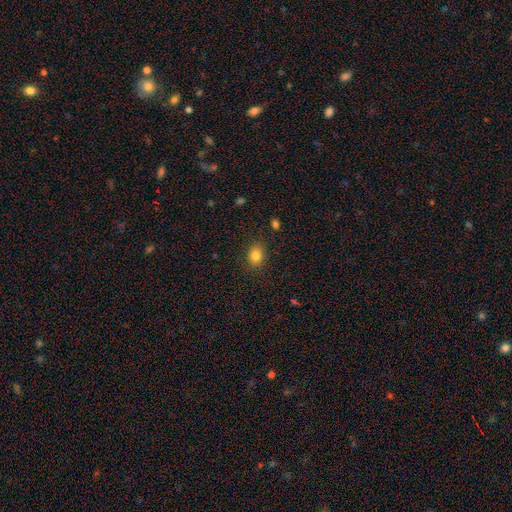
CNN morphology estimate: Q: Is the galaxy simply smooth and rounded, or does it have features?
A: smooth — 83%.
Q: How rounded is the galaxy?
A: in between — 52%.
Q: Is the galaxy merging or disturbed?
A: none — 86%.